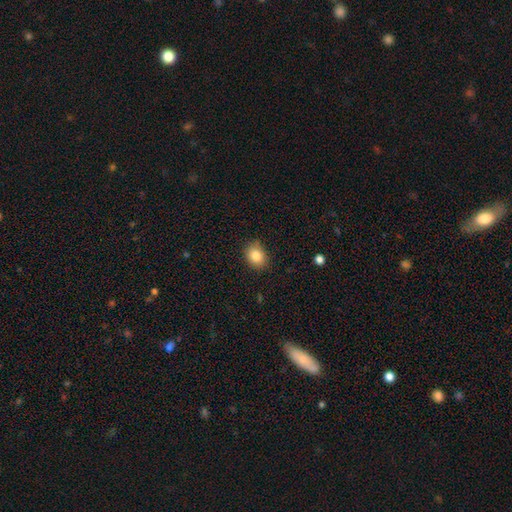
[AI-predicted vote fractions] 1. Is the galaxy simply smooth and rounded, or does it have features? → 85% smooth, 9% star or artifact, 6% featured or disk.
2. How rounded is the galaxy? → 57% in between, 42% round, 1% cigar-shaped.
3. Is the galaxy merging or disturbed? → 83% none, 13% minor disturbance, 3% major disturbance, 1% merger.